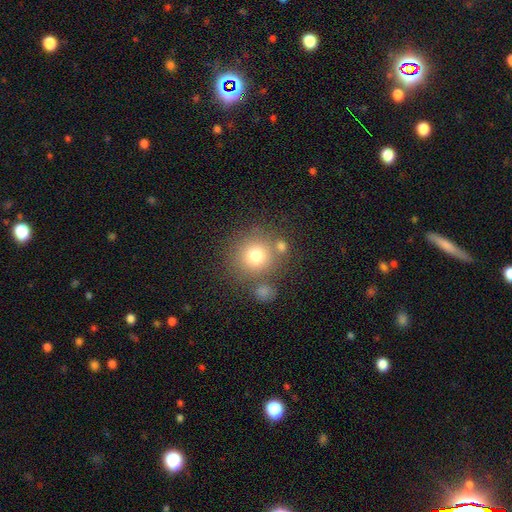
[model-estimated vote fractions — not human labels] Smooth or featured? smooth (75%)
How rounded? round (90%)
Merging? none (70%)